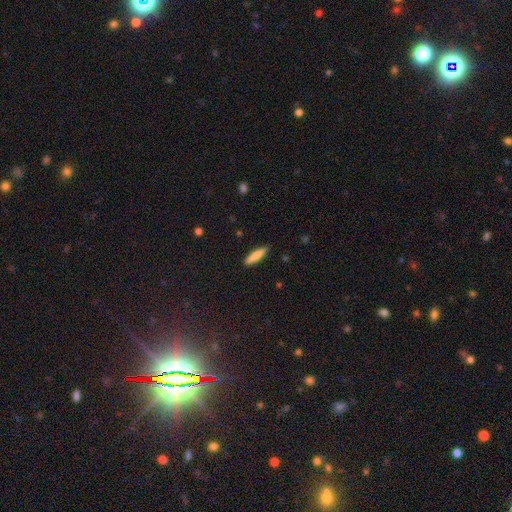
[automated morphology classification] smooth-or-featured: smooth: 81% | featured or disk: 13% | star or artifact: 6%
  how-rounded: cigar-shaped: 85% | in between: 14% | round: 1%
  merging: none: 89% | minor disturbance: 8% | major disturbance: 2% | merger: 1%